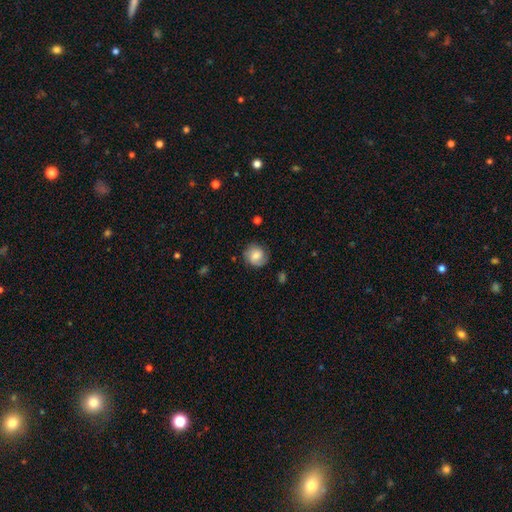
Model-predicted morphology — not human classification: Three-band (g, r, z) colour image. It shows a smooth galaxy with no disk features (56%) that is round (84%). Merging: none (78%).